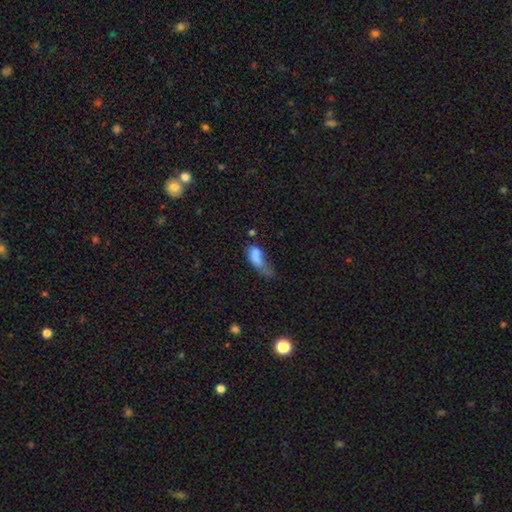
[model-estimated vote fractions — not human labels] smooth-or-featured: smooth: 70% | featured or disk: 20% | star or artifact: 11%
  how-rounded: in between: 80% | cigar-shaped: 13% | round: 7%
  merging: major disturbance: 49% | minor disturbance: 21% | merger: 16% | none: 15%